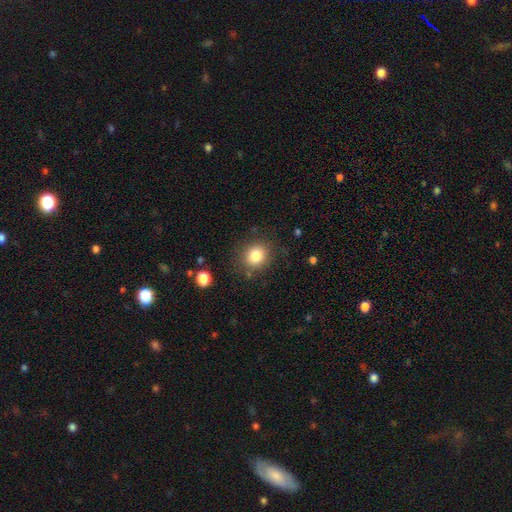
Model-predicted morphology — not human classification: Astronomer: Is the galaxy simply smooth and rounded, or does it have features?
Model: smooth — 81%.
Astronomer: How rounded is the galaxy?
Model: round — 81%.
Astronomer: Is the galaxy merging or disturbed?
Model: none — 84%.